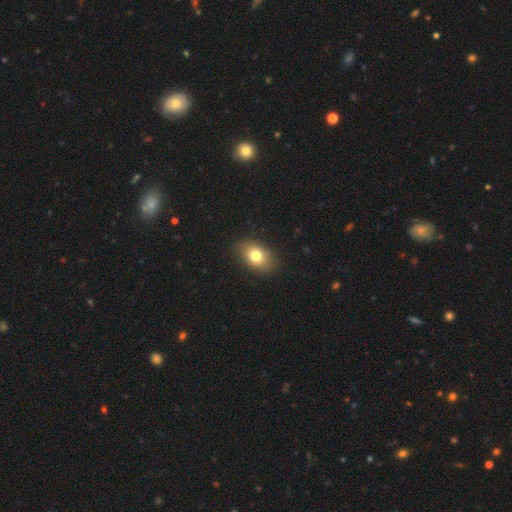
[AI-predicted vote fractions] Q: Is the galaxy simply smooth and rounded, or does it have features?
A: smooth — 77%.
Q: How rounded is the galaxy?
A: in between — 81%.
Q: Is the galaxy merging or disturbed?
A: none — 85%.